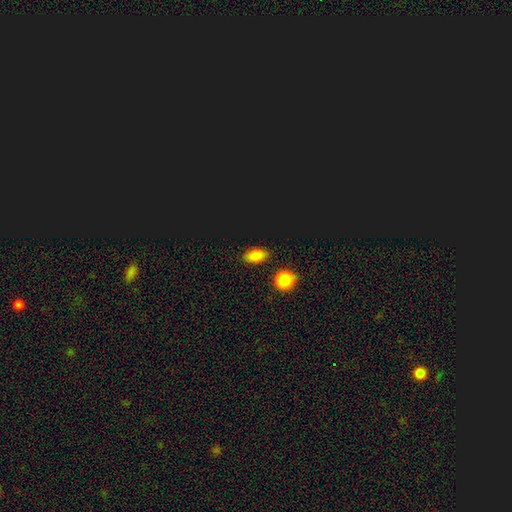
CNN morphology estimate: type=smooth (77%); roundness=in between (86%); merging=none (85%).